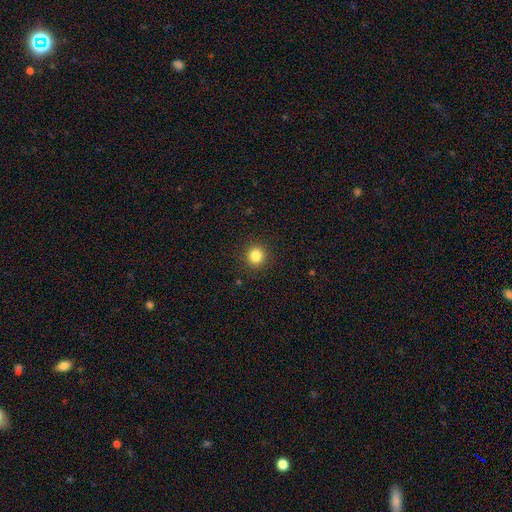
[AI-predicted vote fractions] A smooth galaxy with no disk features (83%) that is round (92%). Merging: none (91%).